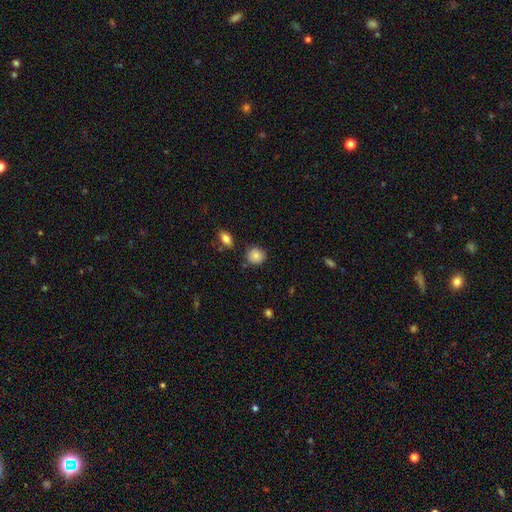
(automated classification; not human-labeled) Overall: smooth (85%). How rounded: round (83%). Merging: none (80%).